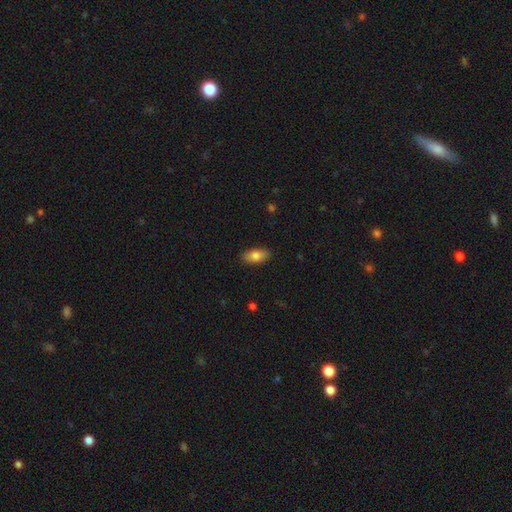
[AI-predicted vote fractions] Smooth or featured? Predicted: smooth (p=0.79). How rounded? Predicted: in between (p=0.90). Merging? Predicted: none (p=0.88).